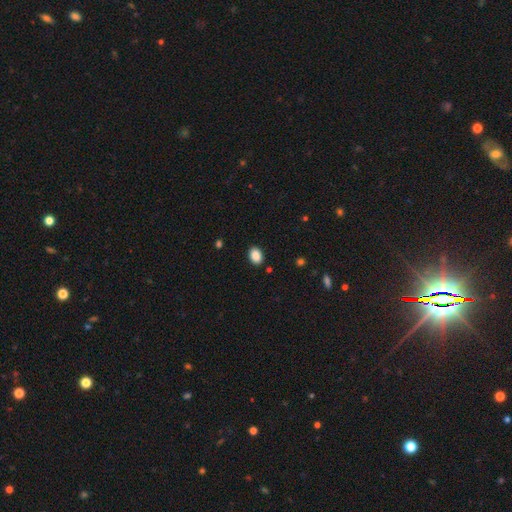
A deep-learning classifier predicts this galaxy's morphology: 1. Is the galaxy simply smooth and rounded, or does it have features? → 88% smooth, 8% star or artifact, 3% featured or disk.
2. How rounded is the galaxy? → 78% in between, 21% round, 1% cigar-shaped.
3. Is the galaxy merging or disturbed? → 89% none, 7% minor disturbance, 2% major disturbance, 1% merger.